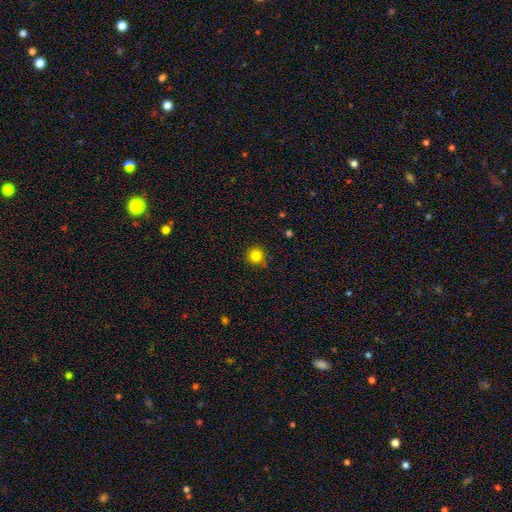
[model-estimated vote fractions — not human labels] A smooth galaxy with no disk features (84%) that is round (94%). Merging: none (82%).